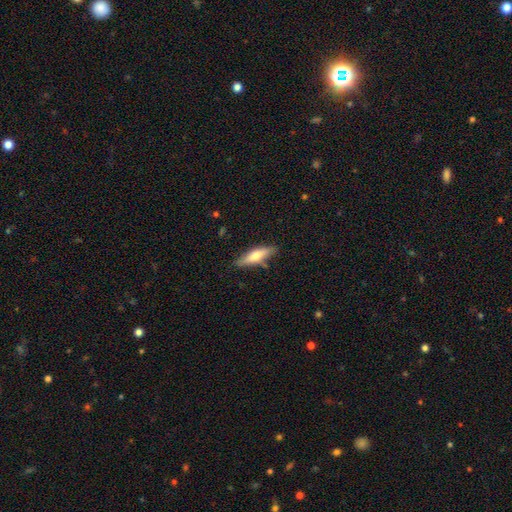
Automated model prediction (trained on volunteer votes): smooth 63%, featured or disk 31%, star or artifact 6%. Down the decision tree: how rounded — cigar-shaped (66%); merging — none (79%).